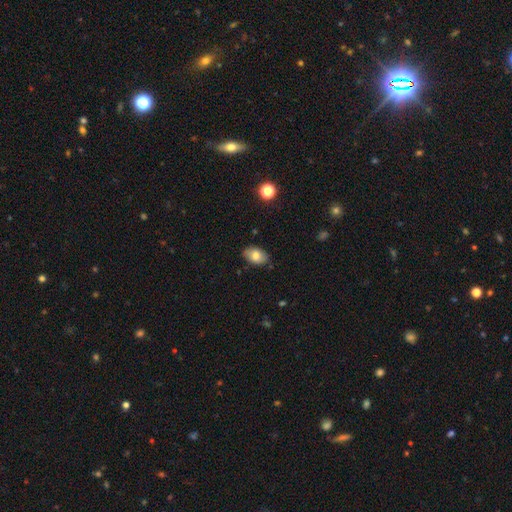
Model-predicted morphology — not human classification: Overall: smooth (77%). How rounded: in between (88%). Merging: none (84%).